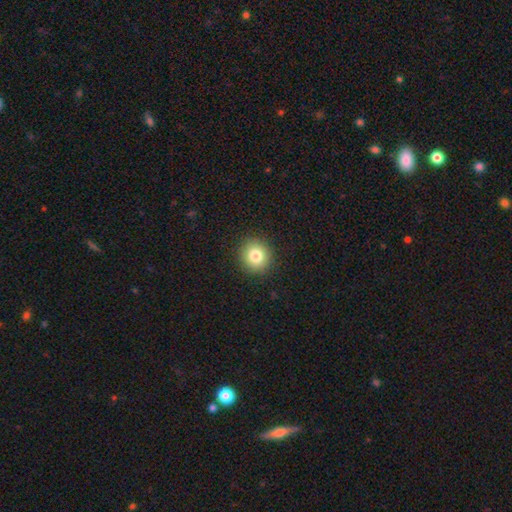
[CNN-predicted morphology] A smooth galaxy with no disk features (82%) that is round (89%). Merging: none (91%).